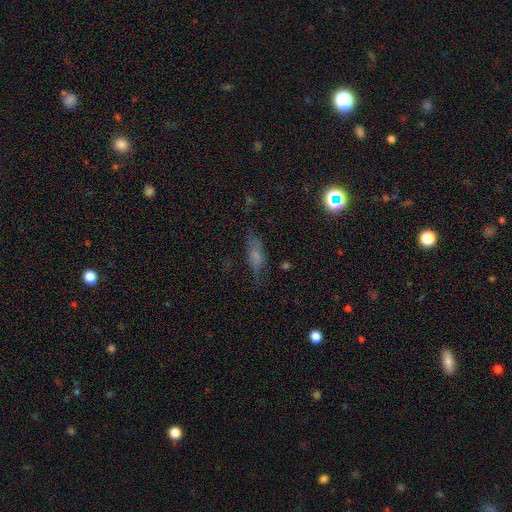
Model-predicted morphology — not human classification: smooth 54%, featured or disk 29%, star or artifact 18%. Down the decision tree: how rounded — in between (56%); merging — none (61%).